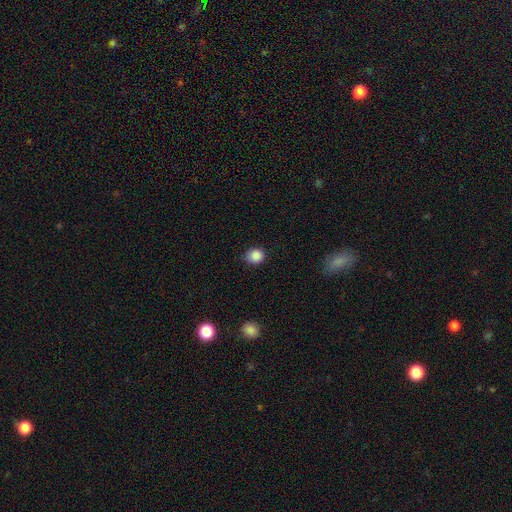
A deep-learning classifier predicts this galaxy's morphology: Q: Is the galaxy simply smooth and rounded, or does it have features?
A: smooth — 87%.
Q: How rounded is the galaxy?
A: round — 83%.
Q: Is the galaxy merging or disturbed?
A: none — 82%.